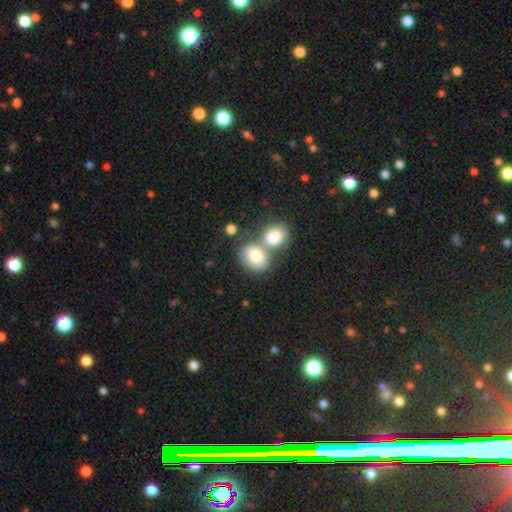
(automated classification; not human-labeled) Overall: smooth (79%). How rounded: in between (53%; round 46%). Merging: merger (53%; none 33%).